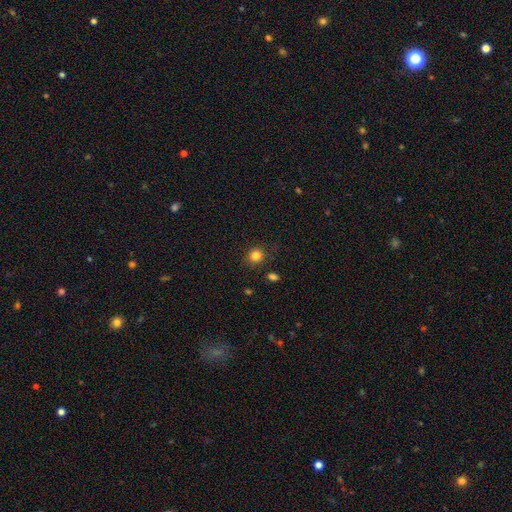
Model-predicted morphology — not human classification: A smooth galaxy with no disk features (83%) that is round (86%). Merging: none (84%).